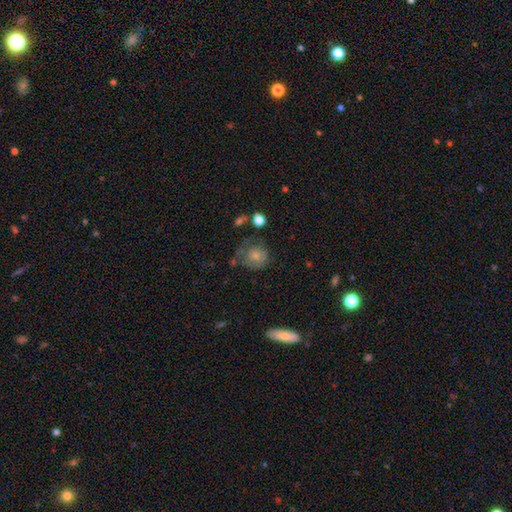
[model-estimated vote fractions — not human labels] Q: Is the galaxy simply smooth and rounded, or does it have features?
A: smooth — 72%.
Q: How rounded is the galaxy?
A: round — 80%.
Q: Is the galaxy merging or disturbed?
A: none — 43%.